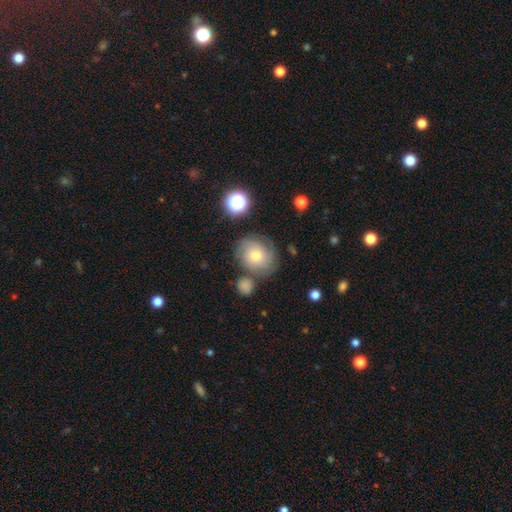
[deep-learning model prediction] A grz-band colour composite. It shows a featured or disk galaxy (45%). Merging: none (68%).